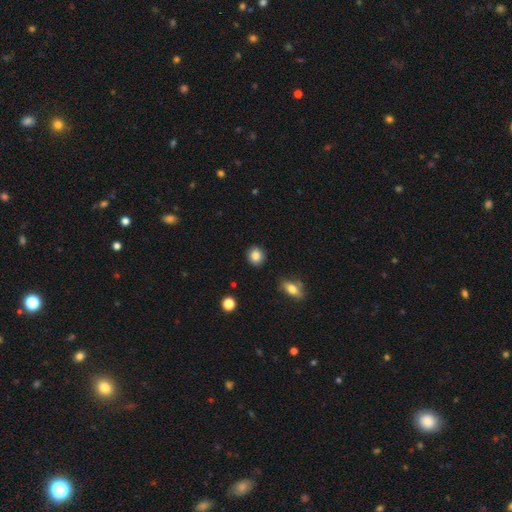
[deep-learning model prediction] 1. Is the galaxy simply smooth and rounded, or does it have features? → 85% smooth, 9% star or artifact, 6% featured or disk.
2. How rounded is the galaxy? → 85% round, 14% in between, 1% cigar-shaped.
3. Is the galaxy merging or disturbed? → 90% none, 6% minor disturbance, 2% major disturbance, 1% merger.